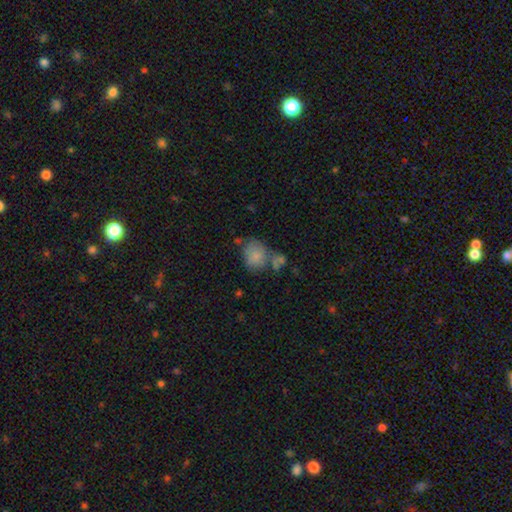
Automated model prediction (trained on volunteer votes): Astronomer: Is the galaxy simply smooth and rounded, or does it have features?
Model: smooth — 78%.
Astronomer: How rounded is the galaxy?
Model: round — 59% (runner-up: in between, 40%).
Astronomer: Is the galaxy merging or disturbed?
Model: none — 42% (runner-up: merger, 28%).